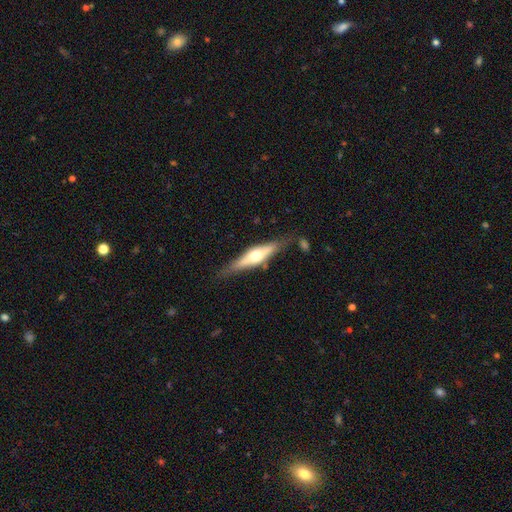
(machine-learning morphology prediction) The model was most divided on "smooth or featured": featured or disk: 62%, smooth: 33%, star or artifact: 6%. More confident: edge-on disk — yes (92%); edge-on bulge — rounded (89%); merging — none (77%).